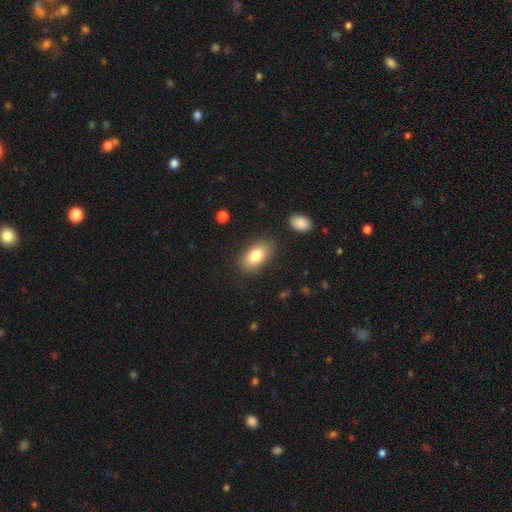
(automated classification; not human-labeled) This is clearly a smooth galaxy (82%). How rounded: clearly in between (91%). Merging: clearly none (83%).